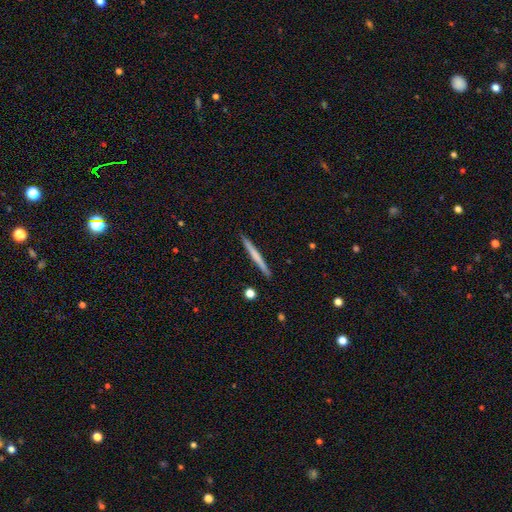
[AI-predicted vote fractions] Morphology: type=smooth (53%); roundness=cigar-shaped (97%); merging=none (92%).